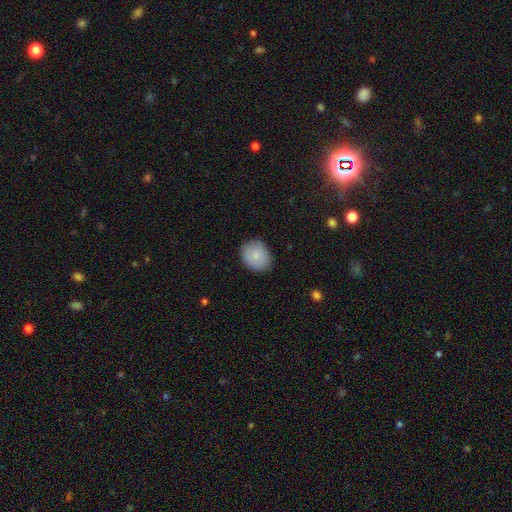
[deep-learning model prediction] Overall: smooth (83%). How rounded: in between (50%; round 49%). Merging: none (79%).